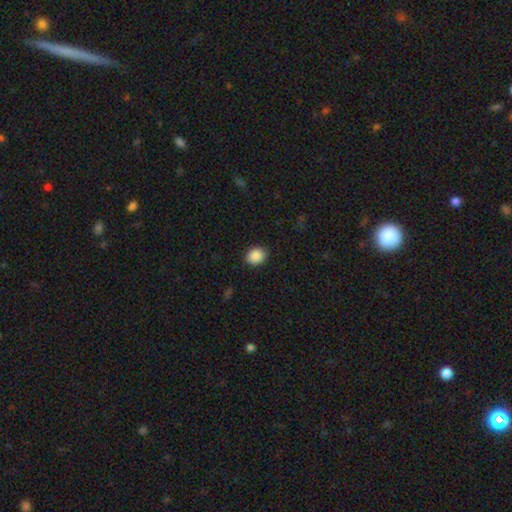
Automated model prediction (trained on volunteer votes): Smooth or featured?
  - smooth: 89% *
  - star or artifact: 8%
  - featured or disk: 3%
How rounded?
  - round: 59% *
  - in between: 40%
  - cigar-shaped: 1%
Merging?
  - none: 90% *
  - minor disturbance: 7%
  - major disturbance: 2%
  - merger: 1%